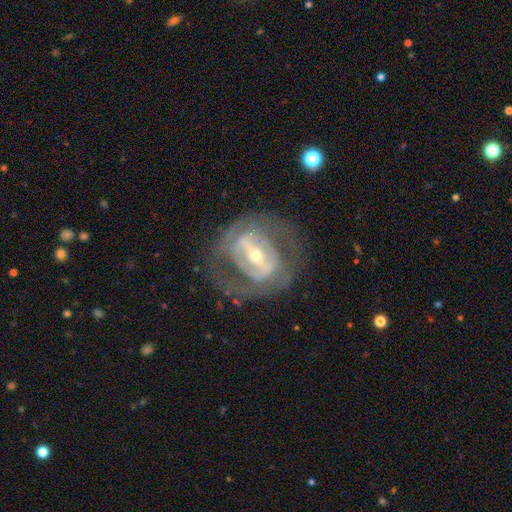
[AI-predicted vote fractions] Smooth or featured? featured or disk (85%)
Edge-on disk? no (93%)
Bar? strong (65%)
Spiral arms? yes (68%)
Spiral winding? tight (47%)
Spiral arm count? 2 (57%)
Bulge size? small (57%)
Merging? none (65%)